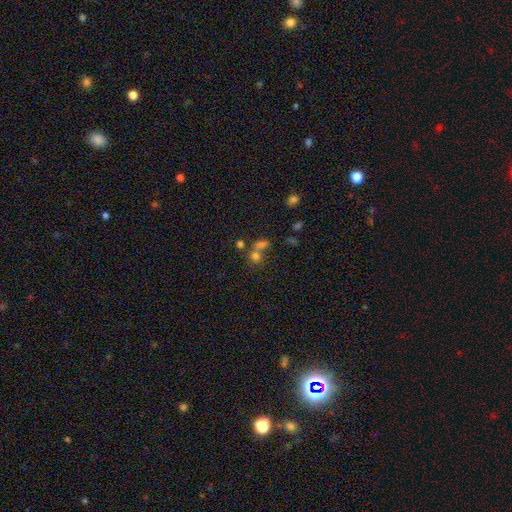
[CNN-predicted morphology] smooth 66%, star or artifact 20%, featured or disk 14%. Down the decision tree: how rounded — round (74%); merging — merger (48%).